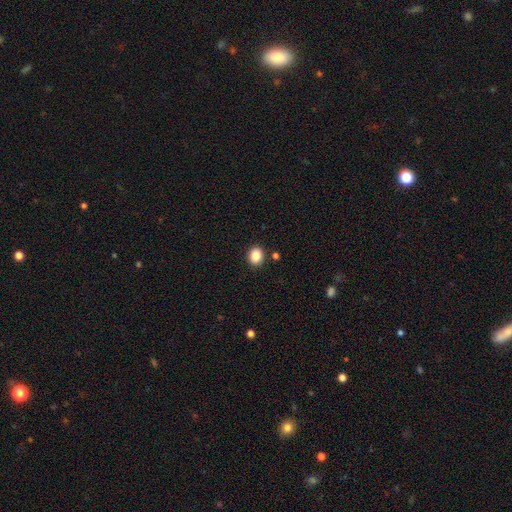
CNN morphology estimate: This is clearly a smooth galaxy (86%). How rounded: likely round (67%). Merging: clearly none (89%).